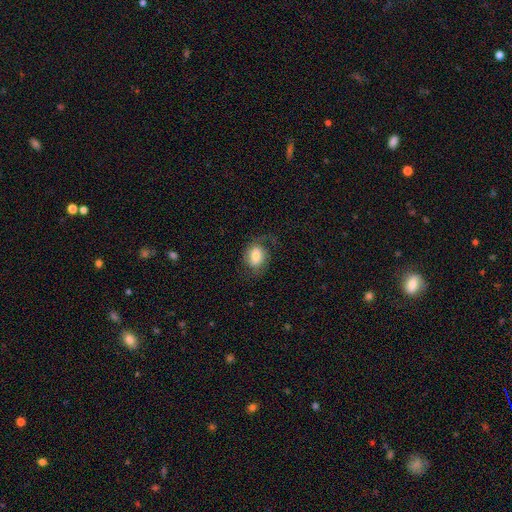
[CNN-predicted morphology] A smooth galaxy with no disk features (61%) that is in between round and cigar-shaped (60%). Merging: none (58%).